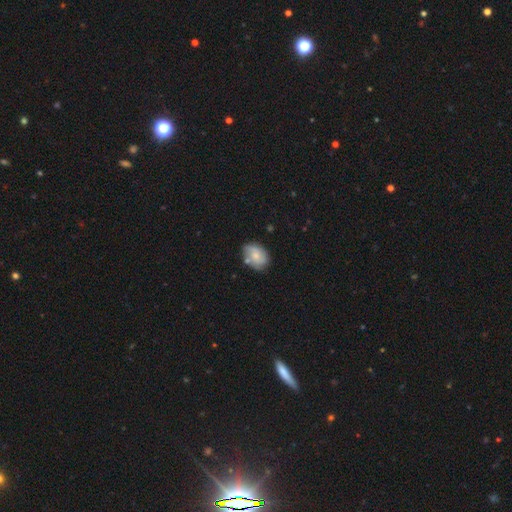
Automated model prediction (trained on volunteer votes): The model was most divided on "smooth or featured": smooth: 55%, featured or disk: 37%, star or artifact: 7%. More confident: how rounded — in between (72%); merging — none (63%).